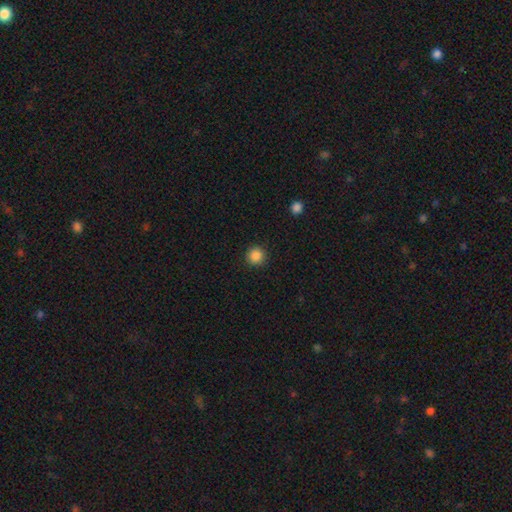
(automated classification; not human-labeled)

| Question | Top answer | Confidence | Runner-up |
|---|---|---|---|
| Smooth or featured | smooth | 87% | star or artifact (10%) |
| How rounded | round | 94% | in between (6%) |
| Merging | none | 91% | minor disturbance (6%) |